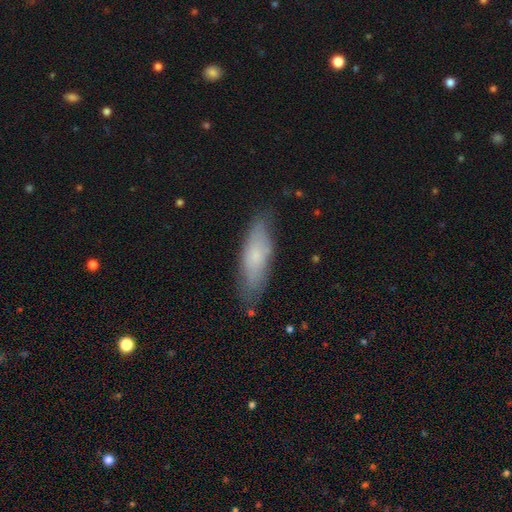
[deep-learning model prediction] Smooth or featured: smooth — 68% (featured or disk — 25%)
How rounded: cigar-shaped — 52% (in between — 46%)
Merging: none — 76% (minor disturbance — 18%)